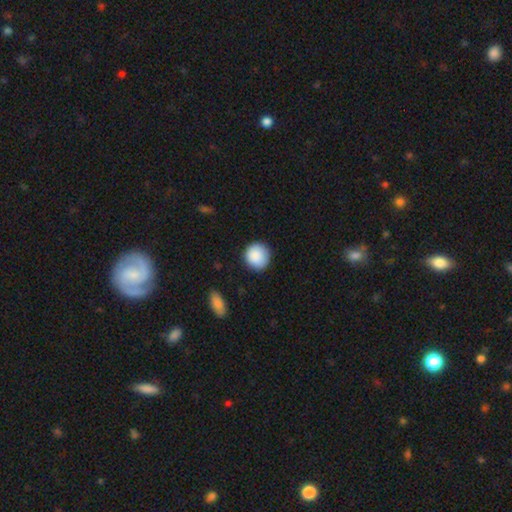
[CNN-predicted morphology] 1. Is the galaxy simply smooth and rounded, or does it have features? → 89% smooth, 7% star or artifact, 4% featured or disk.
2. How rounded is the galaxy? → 92% round, 7% in between, 1% cigar-shaped.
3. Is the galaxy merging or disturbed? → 86% none, 10% minor disturbance, 2% major disturbance, 1% merger.